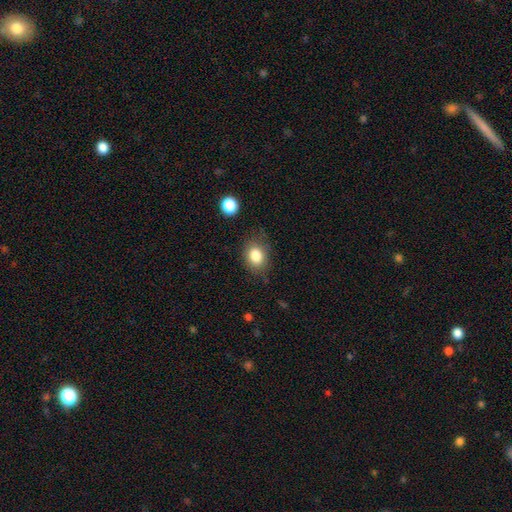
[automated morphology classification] Smooth or featured?
  - smooth: 84% *
  - star or artifact: 9%
  - featured or disk: 7%
How rounded?
  - in between: 57% *
  - round: 42%
  - cigar-shaped: 1%
Merging?
  - none: 76% *
  - minor disturbance: 17%
  - major disturbance: 5%
  - merger: 2%